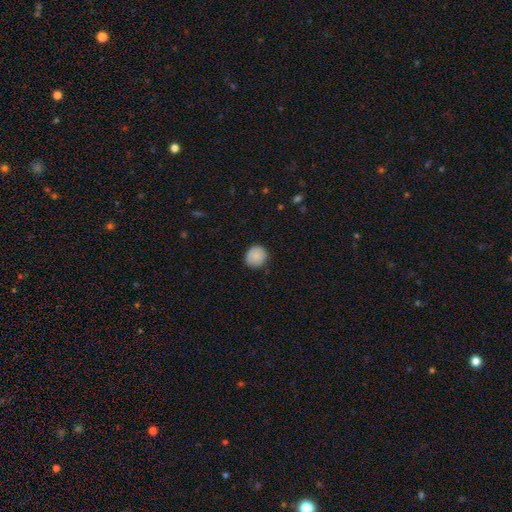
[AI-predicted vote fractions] Q: Smooth or featured?
A: smooth (86%); runner-up: star or artifact (8%)
Q: How rounded?
A: round (84%); runner-up: in between (15%)
Q: Merging?
A: none (84%); runner-up: minor disturbance (13%)